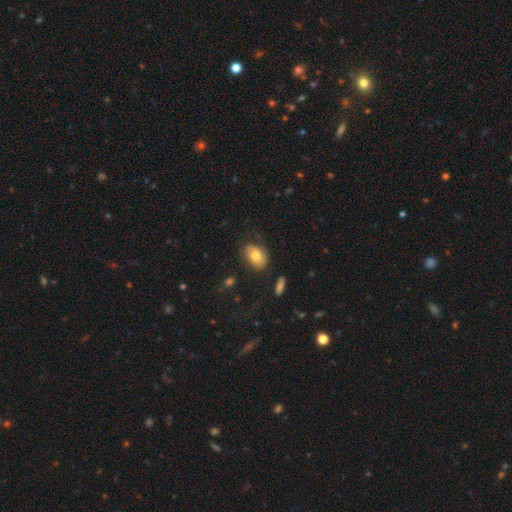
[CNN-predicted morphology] A smooth galaxy with no disk features (78%) that is in between round and cigar-shaped (83%). Merging: none (73%).